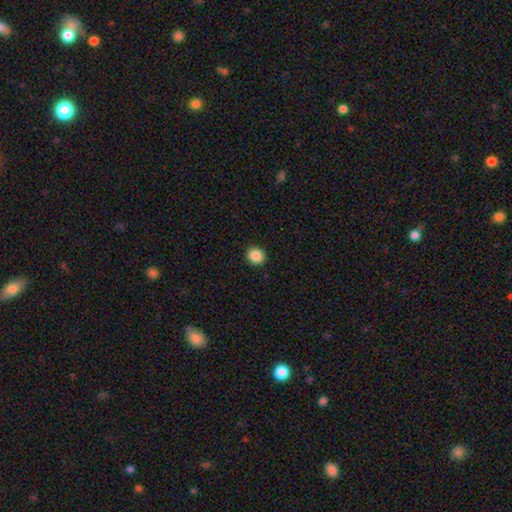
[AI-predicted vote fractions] Smooth or featured? Predicted: smooth (p=0.87). How rounded? Predicted: round (p=0.77). Merging? Predicted: none (p=0.92).